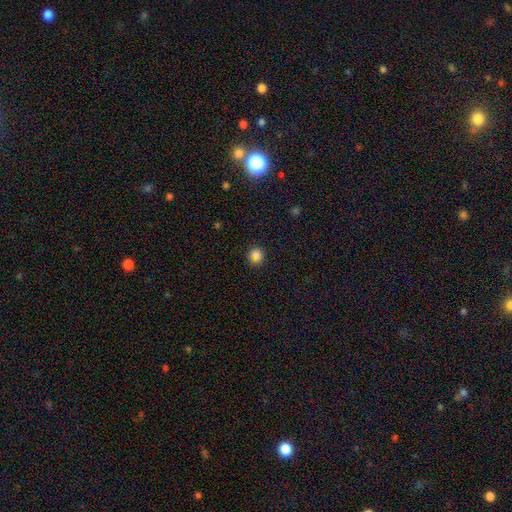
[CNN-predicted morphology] smooth 72%, star or artifact 21%, featured or disk 7%. Down the decision tree: how rounded — round (84%); merging — none (79%).